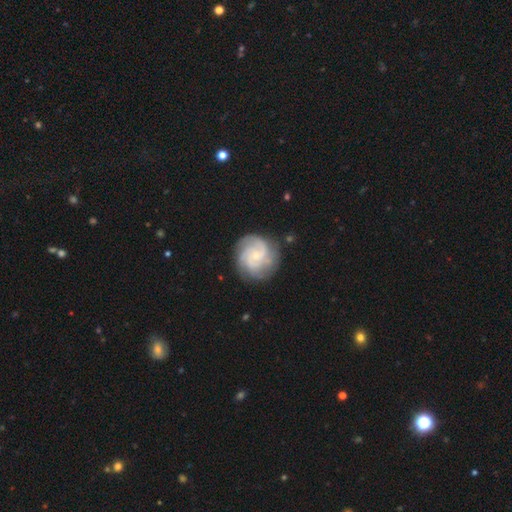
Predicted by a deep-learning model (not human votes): The model was most divided on "spiral winding": tight: 54%, medium: 38%, loose: 8%. Remaining: edge-on disk — no (98%); spiral arms — yes (97%); smooth or featured — featured or disk (85%); merging — none (79%); bulge size — small (77%); bar — no (70%); spiral arm count — 3 (42%).